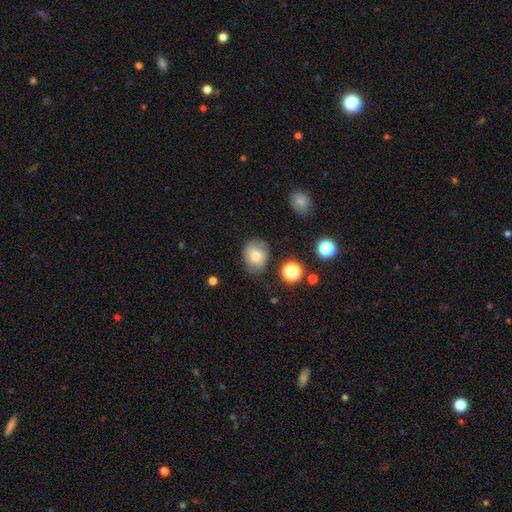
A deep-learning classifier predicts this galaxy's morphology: The model was most divided on "how rounded": round: 63%, in between: 36%, cigar-shaped: 1%. More confident: smooth or featured — smooth (75%); merging — none (73%).